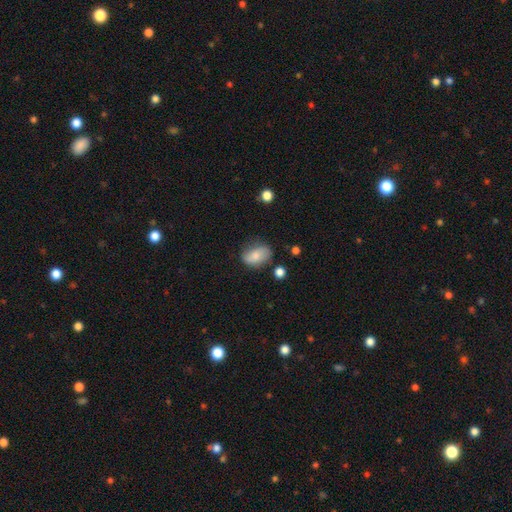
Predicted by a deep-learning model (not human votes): smooth-or-featured: smooth: 76% | featured or disk: 16% | star or artifact: 8%
  how-rounded: in between: 85% | round: 13% | cigar-shaped: 2%
  merging: none: 68% | minor disturbance: 23% | major disturbance: 6% | merger: 3%